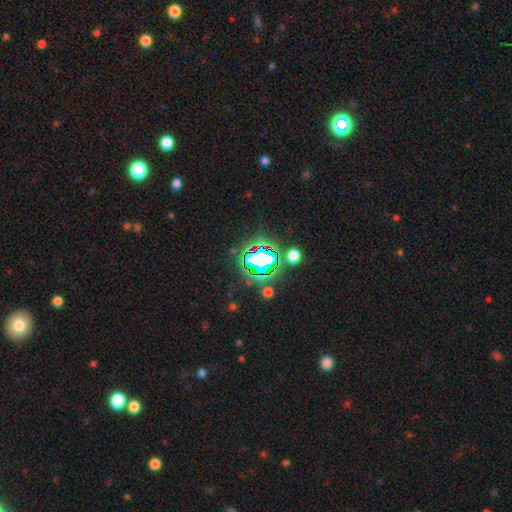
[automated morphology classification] type=star or artifact (75%).